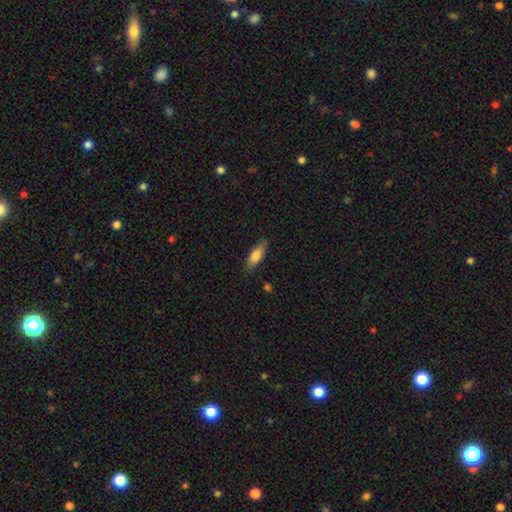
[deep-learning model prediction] Smooth or featured?
  - smooth: 79% *
  - featured or disk: 14%
  - star or artifact: 6%
How rounded?
  - in between: 61% *
  - cigar-shaped: 37%
  - round: 2%
Merging?
  - none: 82% *
  - minor disturbance: 14%
  - major disturbance: 3%
  - merger: 1%